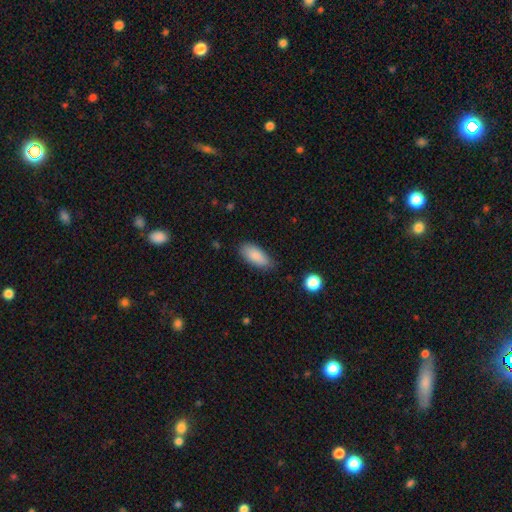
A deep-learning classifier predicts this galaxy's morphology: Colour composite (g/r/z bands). It shows a smooth galaxy with no disk features (88%) that is in between round and cigar-shaped (86%). Merging: none (79%).